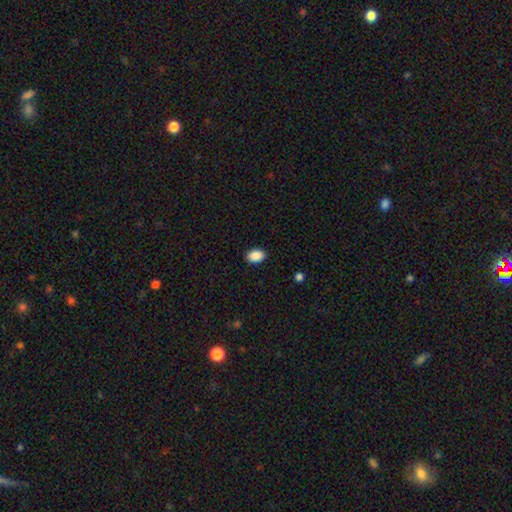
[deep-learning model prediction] Smooth or featured? smooth (90%)
How rounded? in between (83%)
Merging? none (90%)